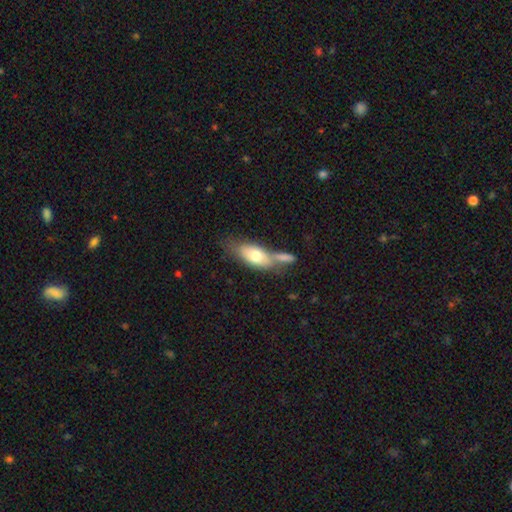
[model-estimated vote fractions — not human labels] The model was most divided on "merging": merger: 39%, none: 38%, minor disturbance: 16%, major disturbance: 8%. More confident: how rounded — in between (81%); smooth or featured — smooth (68%).